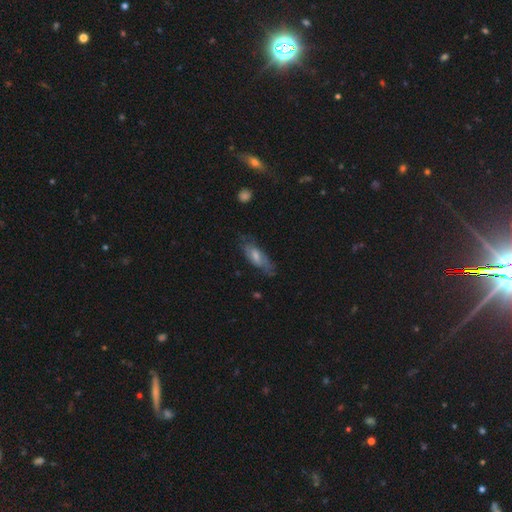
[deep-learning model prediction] Overall: featured or disk (50%; smooth 41%). Edge-on disk: no (70%). Merging: none (67%).